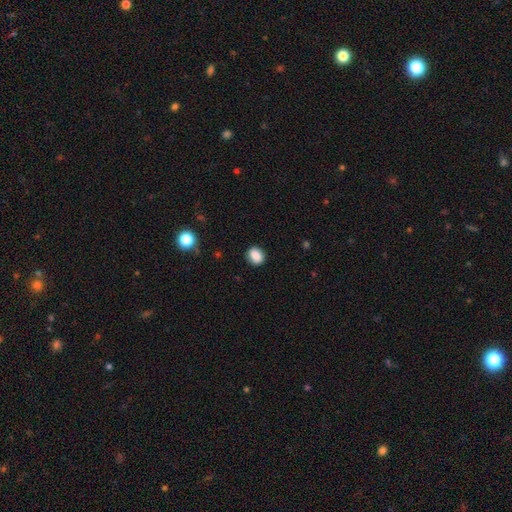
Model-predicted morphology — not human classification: Smooth or featured: smooth — 86% (star or artifact — 9%)
How rounded: round — 58% (in between — 41%)
Merging: none — 88% (minor disturbance — 9%)